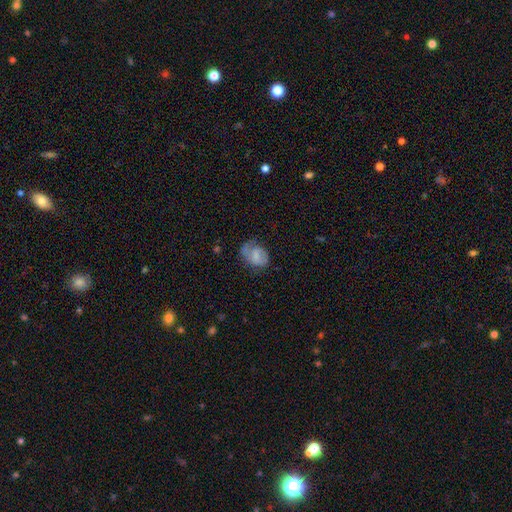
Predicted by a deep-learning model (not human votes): This appears to be a smooth galaxy with no disk features (54%) that is in between round and cigar-shaped (67%). Merging: none (44%).